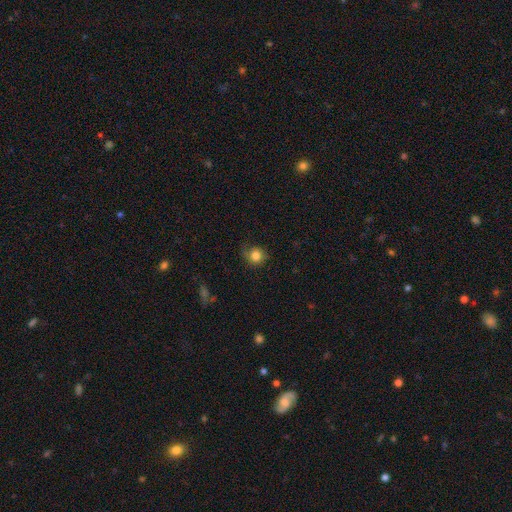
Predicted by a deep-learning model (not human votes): A smooth galaxy with no disk features (80%) that is round (83%). Merging: none (65%).